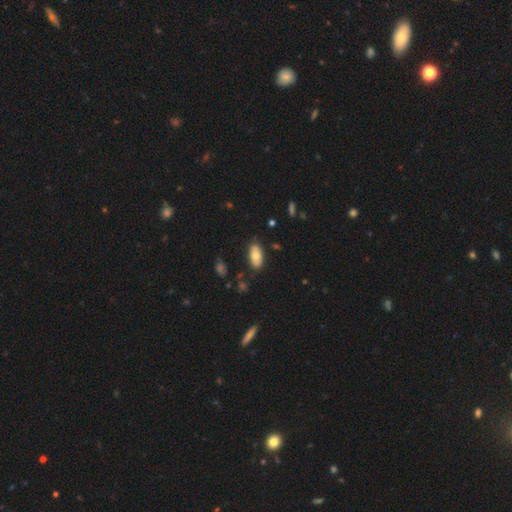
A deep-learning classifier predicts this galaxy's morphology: A smooth galaxy with no disk features (70%) that is in between round and cigar-shaped (92%). Merging: none (81%).